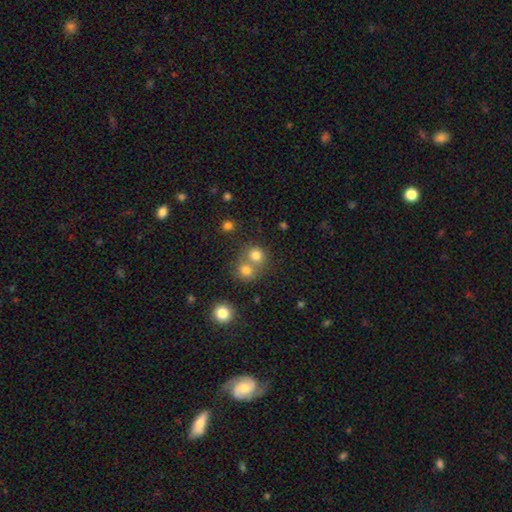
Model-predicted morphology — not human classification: A smooth galaxy with no disk features (78%) that is round (85%).

Vote fractions:
- Smooth or featured? smooth: 78% / star or artifact: 14% / featured or disk: 9%
- How rounded? round: 85% / in between: 14% / cigar-shaped: 1%
- Merging? none: 47% / merger: 44% / minor disturbance: 6% / major disturbance: 3%